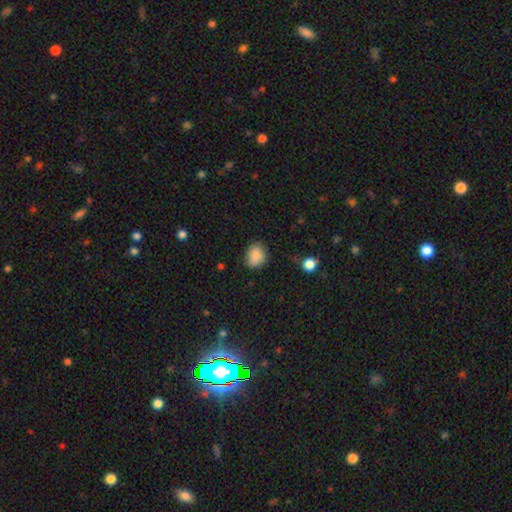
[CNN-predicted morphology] This appears to be a smooth galaxy with no disk features (87%) that is in between round and cigar-shaped (54%). Merging: none (72%).